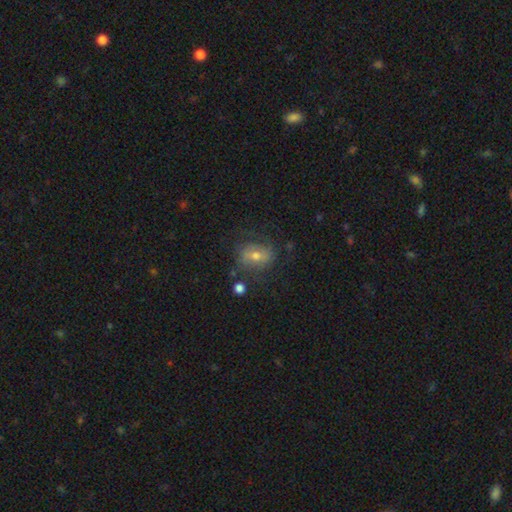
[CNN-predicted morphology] smooth_or_featured: smooth (p=0.47) [alt: featured or disk p=0.42]
merging: none (p=0.66) [alt: minor disturbance p=0.20]